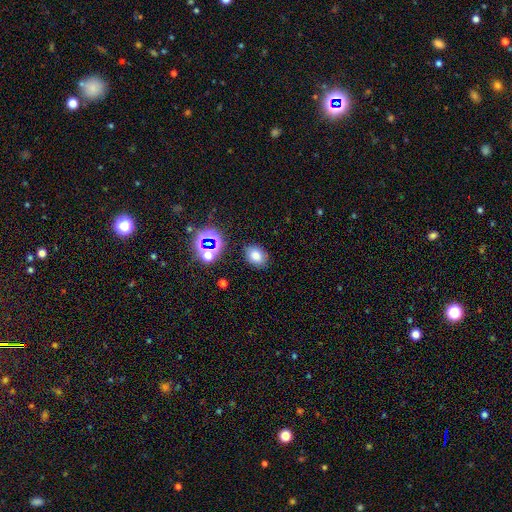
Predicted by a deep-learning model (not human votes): Q: Smooth or featured?
A: smooth (73%); runner-up: star or artifact (17%)
Q: How rounded?
A: in between (67%); runner-up: round (32%)
Q: Merging?
A: none (84%); runner-up: minor disturbance (10%)